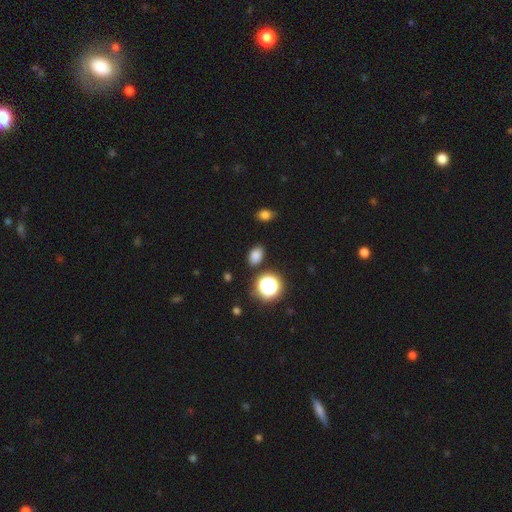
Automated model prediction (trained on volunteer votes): Overall: smooth (78%). How rounded: in between (77%). Merging: none (84%).